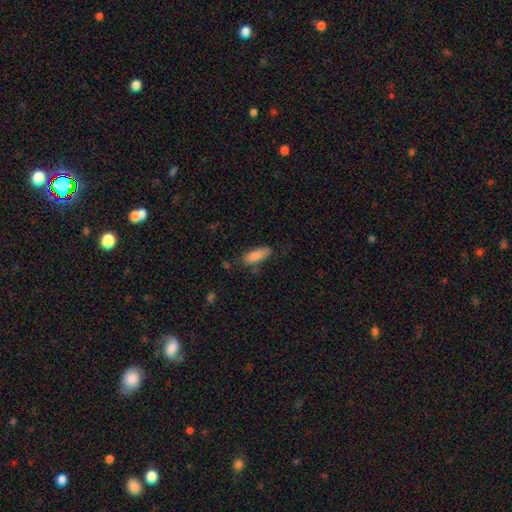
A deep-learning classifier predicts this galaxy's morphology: smooth 86%, featured or disk 7%, star or artifact 7%. Down the decision tree: how rounded — in between (63%); merging — none (71%).